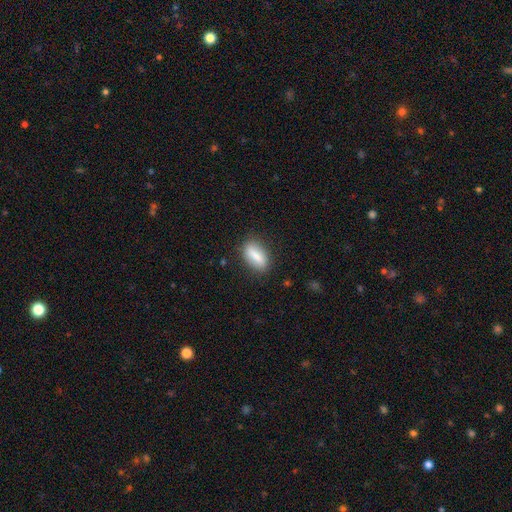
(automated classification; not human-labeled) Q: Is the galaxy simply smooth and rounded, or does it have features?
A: smooth — 74%.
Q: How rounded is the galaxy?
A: in between — 75%.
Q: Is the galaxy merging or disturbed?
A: none — 84%.